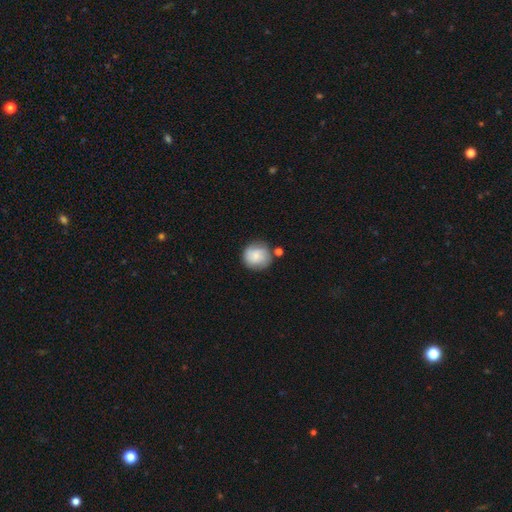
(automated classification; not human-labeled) smooth-or-featured: smooth: 65% | featured or disk: 27% | star or artifact: 8%
  how-rounded: round: 88% | in between: 11% | cigar-shaped: 1%
  merging: none: 69% | minor disturbance: 17% | merger: 8% | major disturbance: 5%